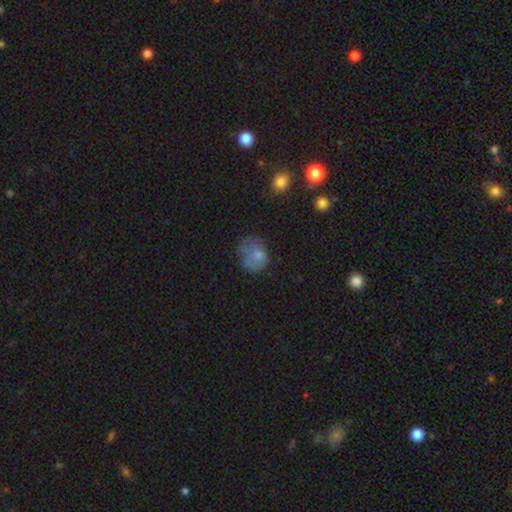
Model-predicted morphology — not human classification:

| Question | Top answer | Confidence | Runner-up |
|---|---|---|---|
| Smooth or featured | smooth | 70% | featured or disk (19%) |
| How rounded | round | 56% | in between (43%) |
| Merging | none | 38% | minor disturbance (30%) |